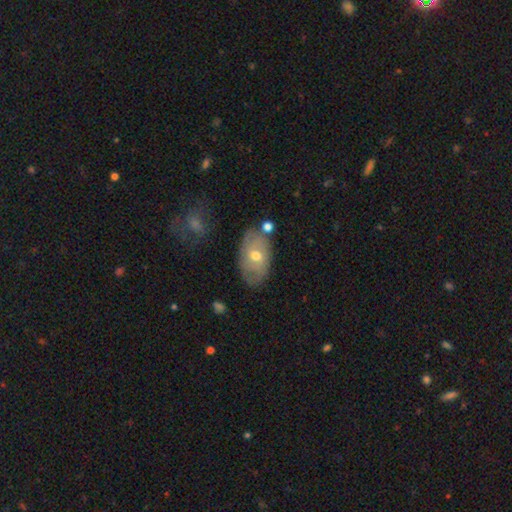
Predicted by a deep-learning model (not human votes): featured or disk 51%, smooth 41%, star or artifact 7%. Down the decision tree: edge-on disk — no (91%); merging — none (71%).